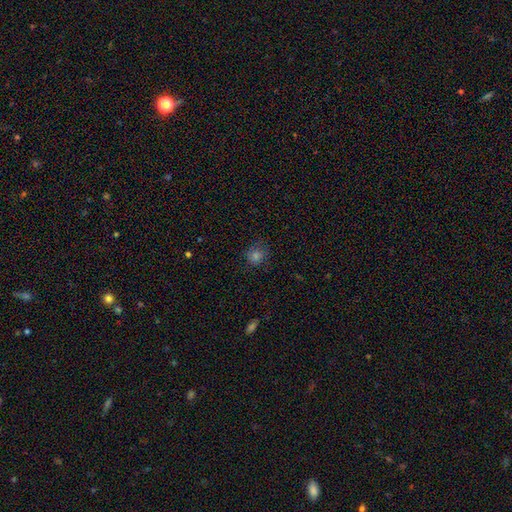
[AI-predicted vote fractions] This appears to be a smooth galaxy with no disk features (68%) that is round (85%). Merging: none (76%).